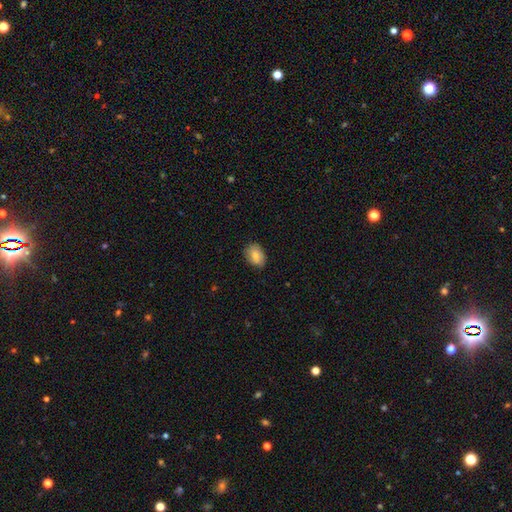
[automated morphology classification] smooth-or-featured: smooth: 80% | featured or disk: 13% | star or artifact: 7%
  how-rounded: in between: 75% | round: 24% | cigar-shaped: 1%
  merging: none: 78% | minor disturbance: 18% | major disturbance: 3% | merger: 1%